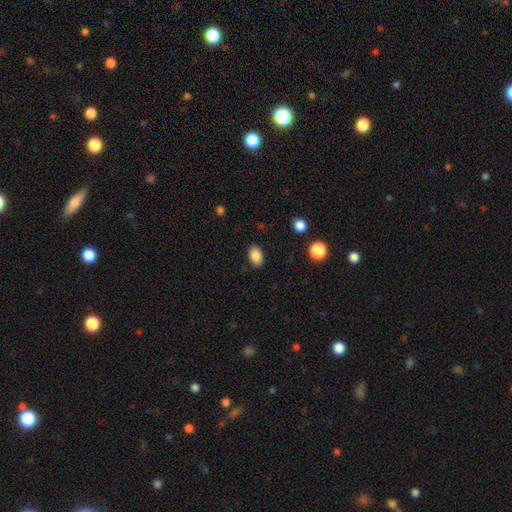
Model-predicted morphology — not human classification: Smooth or featured? smooth (87%)
How rounded? in between (87%)
Merging? none (88%)